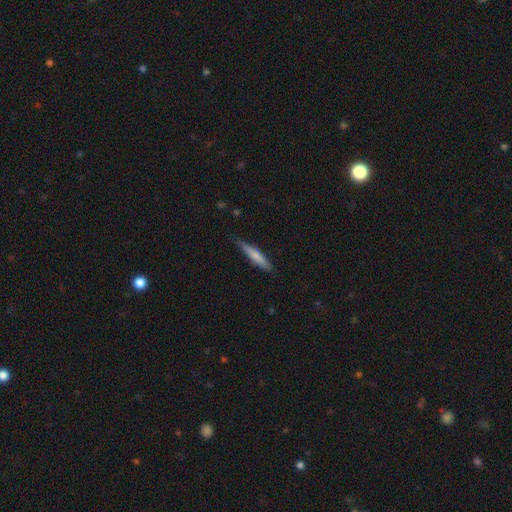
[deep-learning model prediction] Smooth or featured: smooth — 67% (featured or disk — 27%)
How rounded: cigar-shaped — 91% (in between — 8%)
Merging: none — 83% (minor disturbance — 14%)